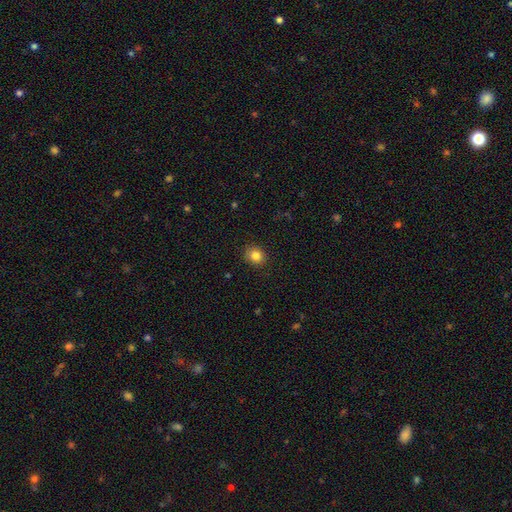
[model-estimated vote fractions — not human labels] smooth-or-featured: smooth: 84% | star or artifact: 11% | featured or disk: 5%
  how-rounded: round: 76% | in between: 23% | cigar-shaped: 1%
  merging: none: 89% | minor disturbance: 8% | major disturbance: 2% | merger: 1%